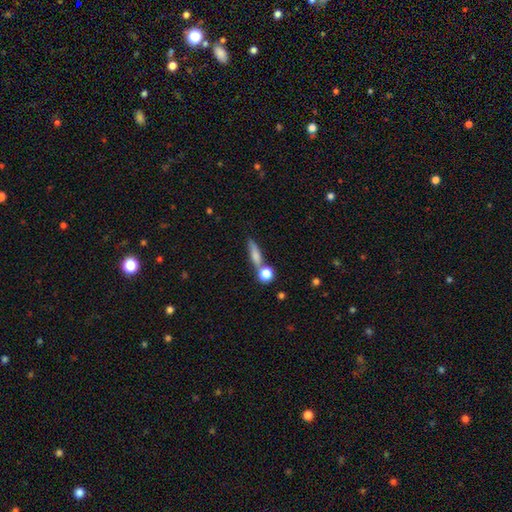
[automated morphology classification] Smooth or featured: smooth — 72% (featured or disk — 18%)
How rounded: cigar-shaped — 60% (in between — 27%)
Merging: none — 57% (merger — 23%)